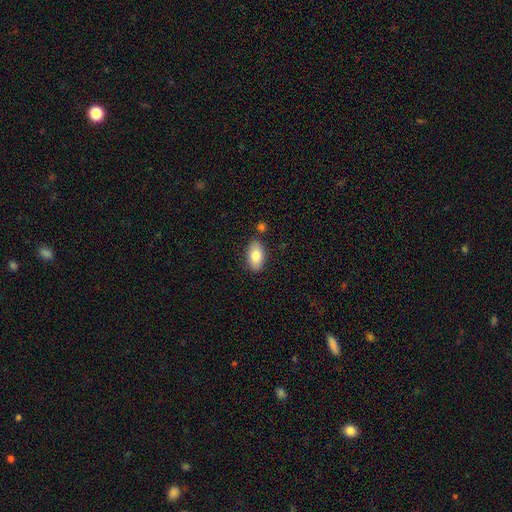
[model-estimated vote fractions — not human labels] This appears to be a smooth galaxy with no disk features (81%) that is in between round and cigar-shaped (93%). Merging: none (83%).